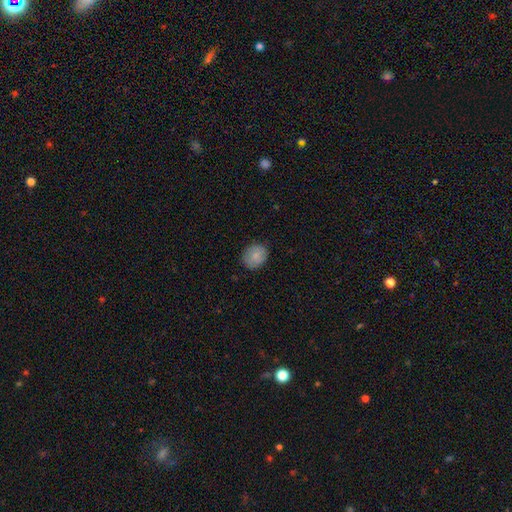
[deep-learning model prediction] The model was most divided on "how rounded": round: 57%, in between: 42%, cigar-shaped: 1%. More confident: smooth or featured — smooth (84%); merging — none (83%).